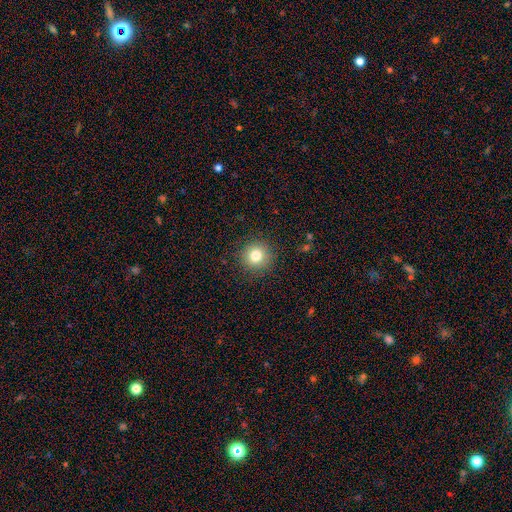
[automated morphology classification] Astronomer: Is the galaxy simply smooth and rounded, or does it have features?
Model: smooth — 80%.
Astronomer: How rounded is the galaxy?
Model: round — 93%.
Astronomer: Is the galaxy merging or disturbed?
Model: none — 90%.